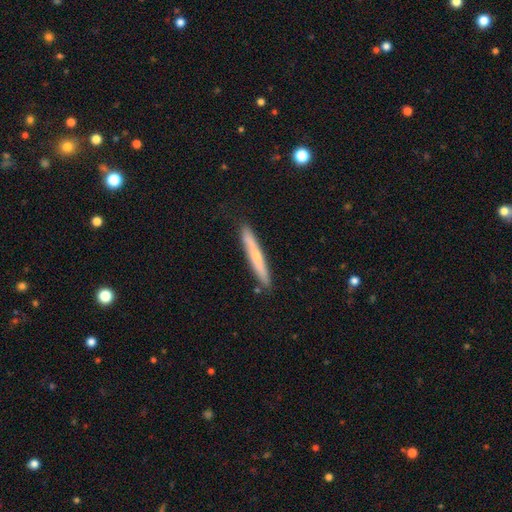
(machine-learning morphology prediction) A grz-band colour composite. It shows a smooth galaxy with no disk features (56%) that is cigar-shaped (96%). Merging: none (88%).